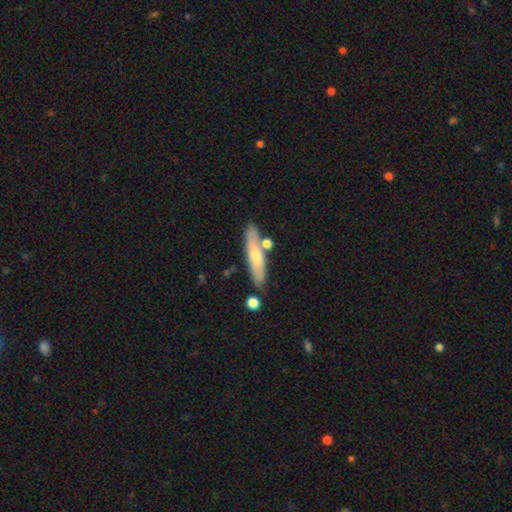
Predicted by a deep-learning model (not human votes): Smooth or featured: smooth — 61% (featured or disk — 33%)
How rounded: cigar-shaped — 80% (in between — 18%)
Merging: none — 75% (minor disturbance — 13%)